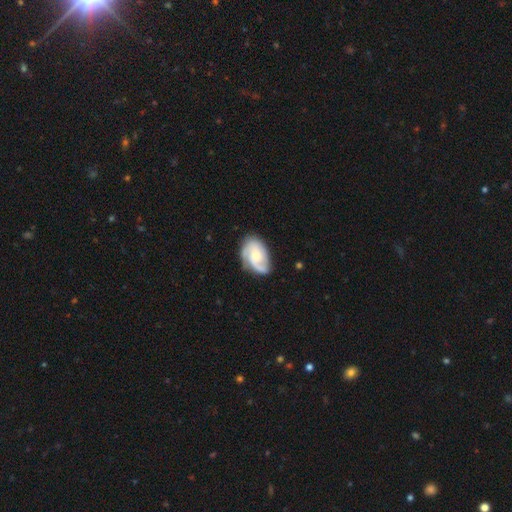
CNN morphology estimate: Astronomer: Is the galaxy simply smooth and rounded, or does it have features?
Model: featured or disk — 72%.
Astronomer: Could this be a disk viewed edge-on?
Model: no — 97%.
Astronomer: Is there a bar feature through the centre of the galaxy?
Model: no — 69%.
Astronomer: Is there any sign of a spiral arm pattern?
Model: yes — 93%.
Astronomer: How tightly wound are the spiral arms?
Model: medium — 42% (runner-up: tight, 39%).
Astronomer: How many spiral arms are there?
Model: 2 — 51%.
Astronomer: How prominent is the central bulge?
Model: moderate — 46% (runner-up: small, 45%).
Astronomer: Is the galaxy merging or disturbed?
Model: none — 65%.